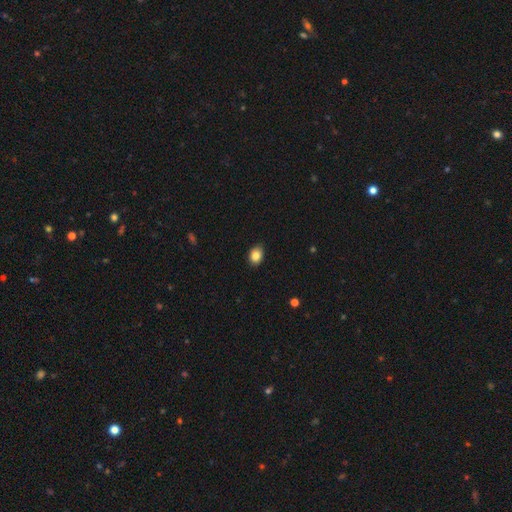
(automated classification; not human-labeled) Smooth or featured? Predicted: smooth (p=0.85). How rounded? Predicted: in between (p=0.65). Merging? Predicted: none (p=0.86).